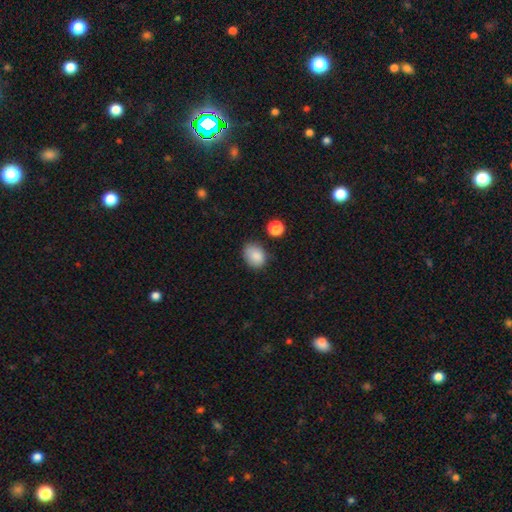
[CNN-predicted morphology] Q: Smooth or featured?
A: smooth (86%); runner-up: star or artifact (9%)
Q: How rounded?
A: in between (67%); runner-up: round (32%)
Q: Merging?
A: none (72%); runner-up: minor disturbance (20%)